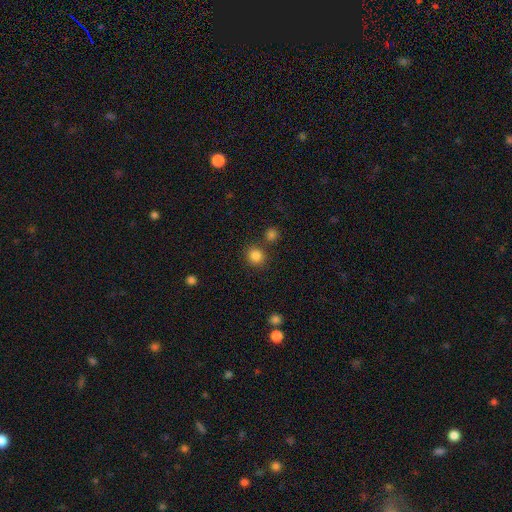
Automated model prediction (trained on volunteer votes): smooth-or-featured: smooth: 84% | star or artifact: 12% | featured or disk: 4%
  how-rounded: round: 88% | in between: 11% | cigar-shaped: 1%
  merging: none: 80% | merger: 9% | minor disturbance: 8% | major disturbance: 3%